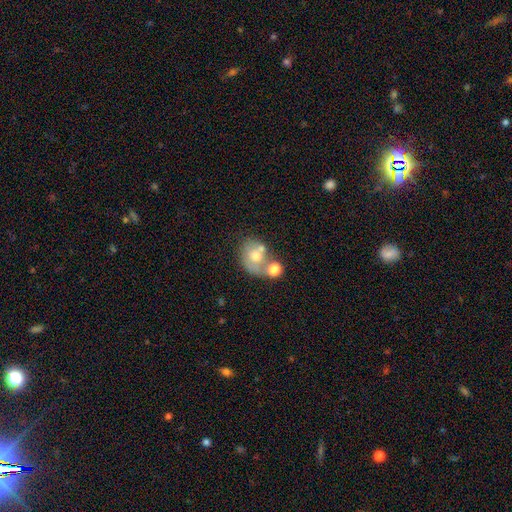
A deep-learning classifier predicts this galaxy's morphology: Overall: smooth (55%; featured or disk 35%). How rounded: round (51%; in between 48%). Merging: merger (42%; none 31%).